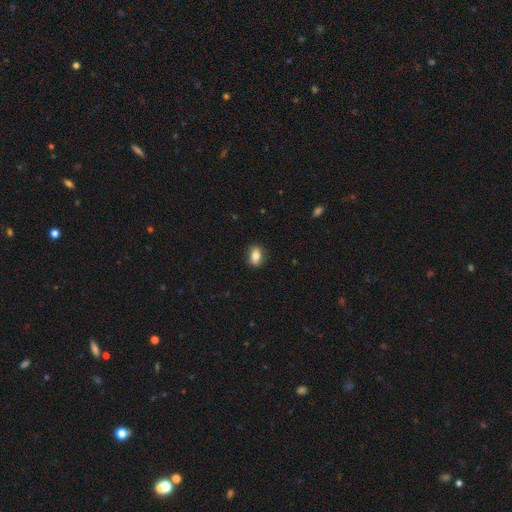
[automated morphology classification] Smooth or featured? smooth (82%)
How rounded? in between (81%)
Merging? none (88%)